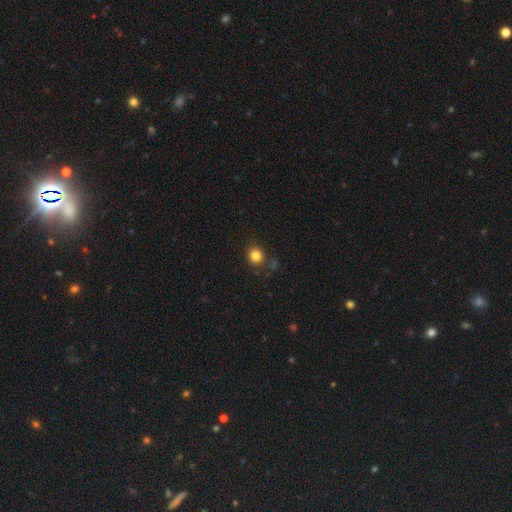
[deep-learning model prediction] smooth 83%, star or artifact 13%, featured or disk 5%. Down the decision tree: how rounded — round (86%); merging — none (83%).